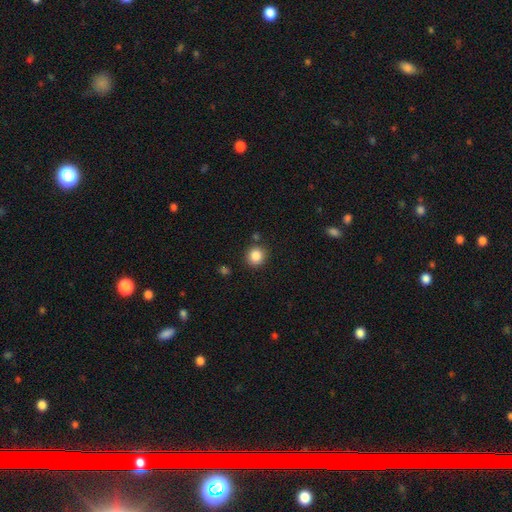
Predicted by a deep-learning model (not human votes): Overall: smooth (87%). How rounded: round (88%). Merging: none (85%).